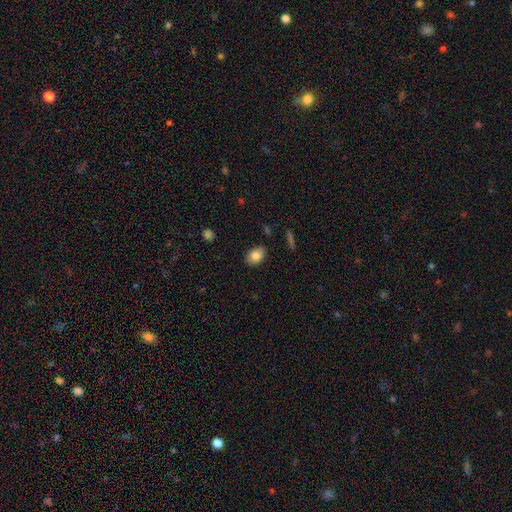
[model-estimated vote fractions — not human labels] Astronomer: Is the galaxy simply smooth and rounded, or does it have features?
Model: smooth — 84%.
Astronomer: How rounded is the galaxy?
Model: in between — 82%.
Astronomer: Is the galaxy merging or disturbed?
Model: none — 85%.